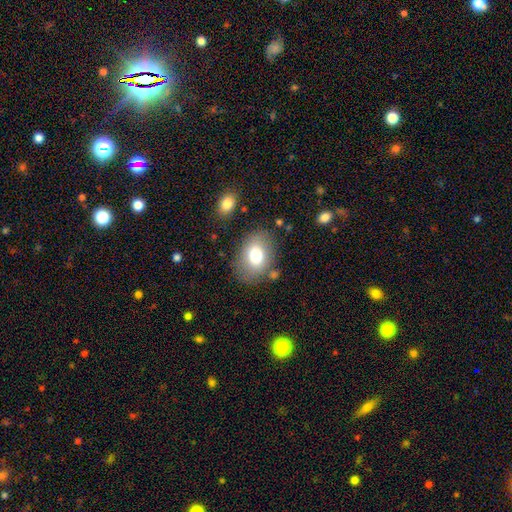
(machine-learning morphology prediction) smooth_or_featured: smooth (p=0.74) [alt: featured or disk p=0.16]
how_rounded: in between (p=0.69) [alt: round p=0.30]
merging: none (p=0.77) [alt: minor disturbance p=0.14]